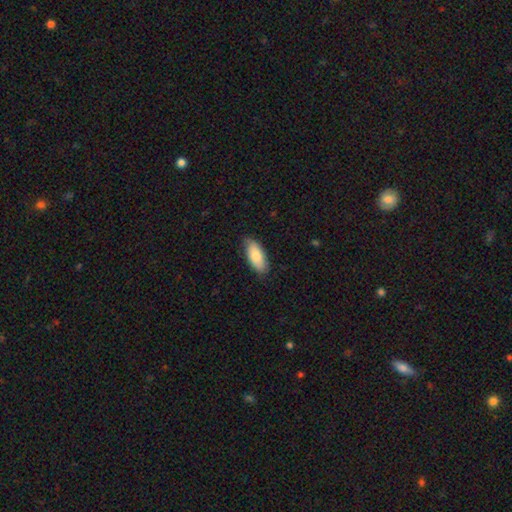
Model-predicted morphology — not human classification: A smooth galaxy with no disk features (81%) that is in between round and cigar-shaped (86%). Merging: none (82%).